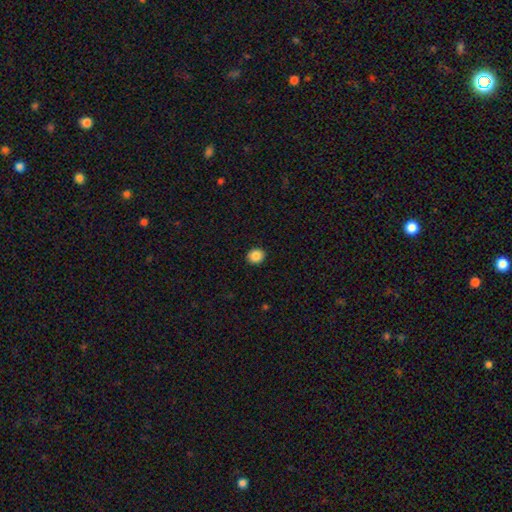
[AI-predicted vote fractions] smooth-or-featured: smooth: 87% | star or artifact: 9% | featured or disk: 4%
  how-rounded: round: 79% | in between: 20% | cigar-shaped: 1%
  merging: none: 92% | minor disturbance: 5% | major disturbance: 2% | merger: 1%